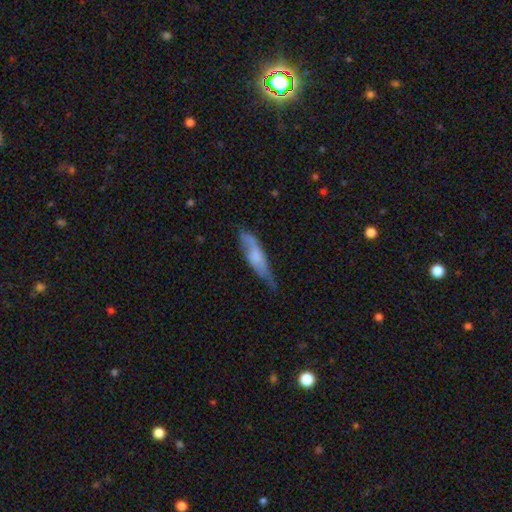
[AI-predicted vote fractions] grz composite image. It shows a smooth galaxy with no disk features (55%) that is cigar-shaped (66%). Merging: none (52%).